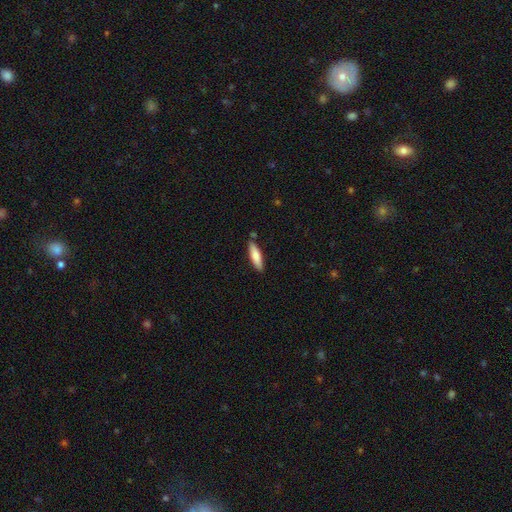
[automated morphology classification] Q: Smooth or featured?
A: smooth (79%); runner-up: featured or disk (15%)
Q: How rounded?
A: cigar-shaped (67%); runner-up: in between (32%)
Q: Merging?
A: none (83%); runner-up: minor disturbance (12%)